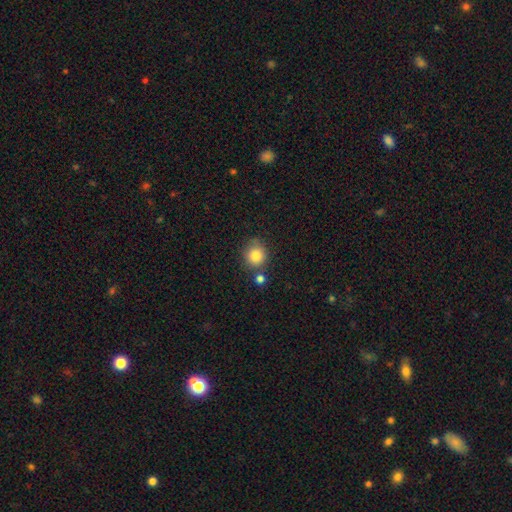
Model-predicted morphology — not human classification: A smooth galaxy with no disk features (83%) that is round (86%).

Vote fractions:
- Smooth or featured? smooth: 83% / star or artifact: 10% / featured or disk: 7%
- How rounded? round: 86% / in between: 13% / cigar-shaped: 1%
- Merging? none: 70% / minor disturbance: 14% / merger: 13% / major disturbance: 4%